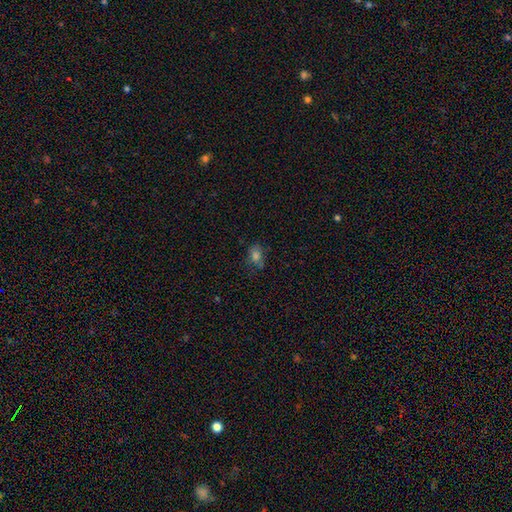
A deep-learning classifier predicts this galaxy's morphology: Smooth or featured: smooth — 67% (star or artifact — 21%)
How rounded: in between — 64% (round — 34%)
Merging: none — 65% (minor disturbance — 22%)